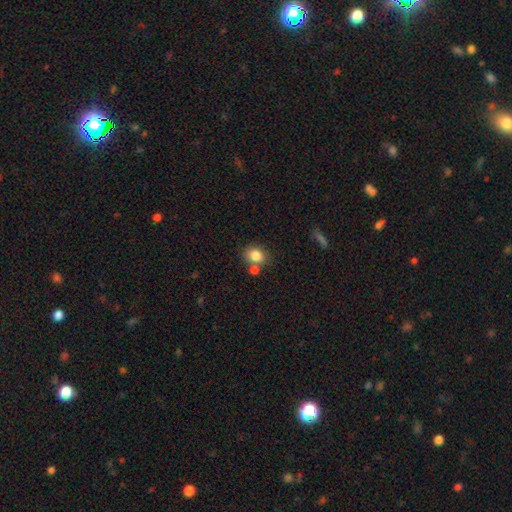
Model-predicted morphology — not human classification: smooth-or-featured: smooth: 83% | star or artifact: 10% | featured or disk: 7%
  how-rounded: round: 56% | in between: 43% | cigar-shaped: 1%
  merging: none: 60% | merger: 24% | minor disturbance: 12% | major disturbance: 4%